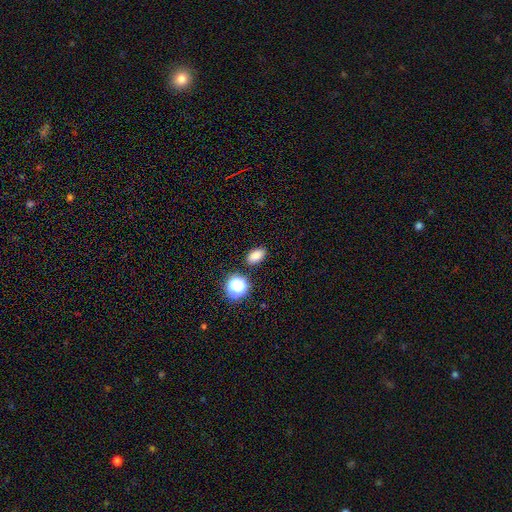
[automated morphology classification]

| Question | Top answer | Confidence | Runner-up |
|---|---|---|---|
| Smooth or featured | smooth | 81% | star or artifact (14%) |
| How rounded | in between | 85% | round (13%) |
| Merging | none | 84% | minor disturbance (10%) |